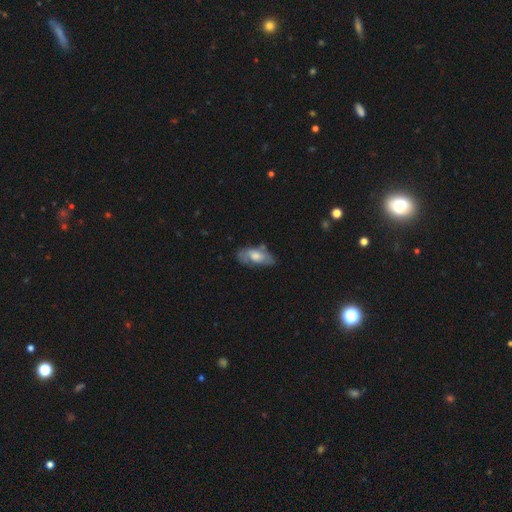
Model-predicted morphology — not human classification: Smooth or featured? Predicted: smooth (p=0.52). How rounded? Predicted: in between (p=0.86). Merging? Predicted: none (p=0.59).